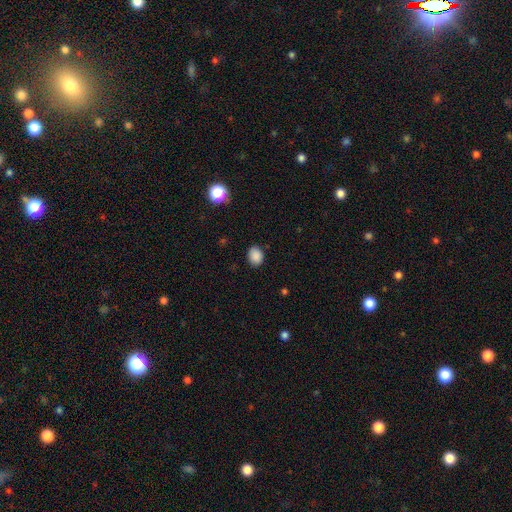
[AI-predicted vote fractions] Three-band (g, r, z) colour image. It shows a smooth galaxy with no disk features (88%) that is in between round and cigar-shaped (58%). Merging: none (86%).